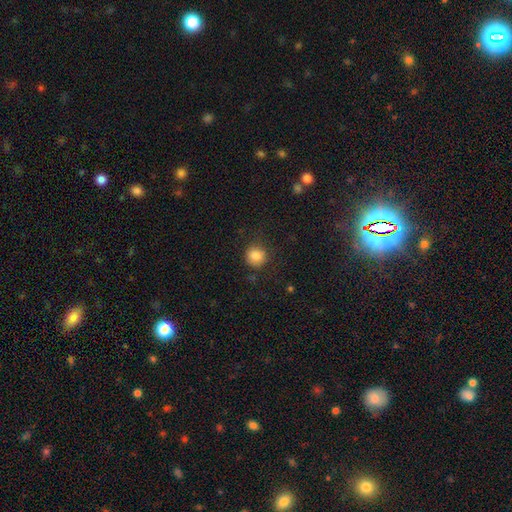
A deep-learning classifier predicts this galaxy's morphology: A smooth galaxy with no disk features (85%) that is round (84%). Merging: none (76%).